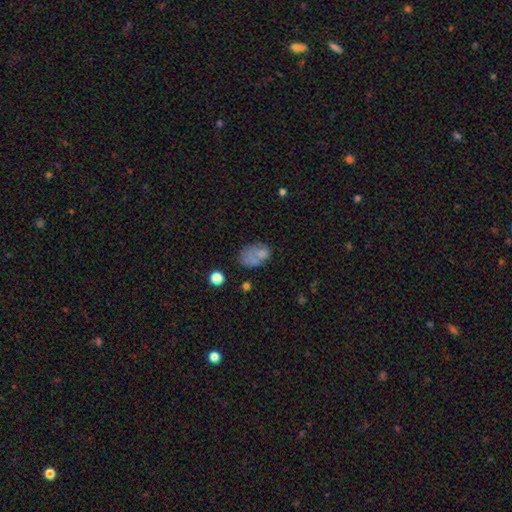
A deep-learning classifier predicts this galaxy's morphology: smooth-or-featured: smooth: 61% | featured or disk: 24% | star or artifact: 15%
  how-rounded: in between: 81% | round: 17% | cigar-shaped: 2%
  merging: none: 41% | minor disturbance: 24% | major disturbance: 19% | merger: 17%